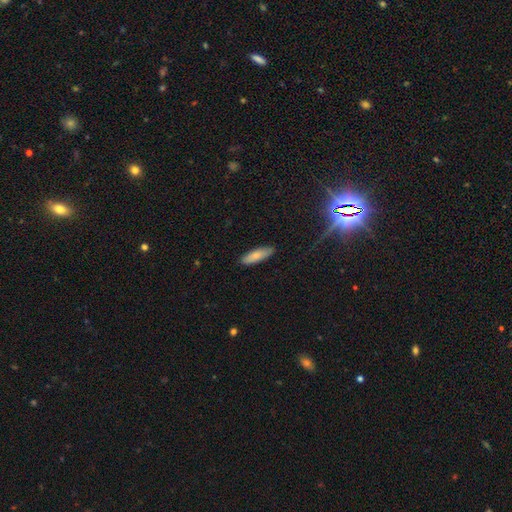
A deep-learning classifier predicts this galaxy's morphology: This is likely a smooth galaxy (78%). How rounded: possibly cigar-shaped (51%). Merging: clearly none (86%).